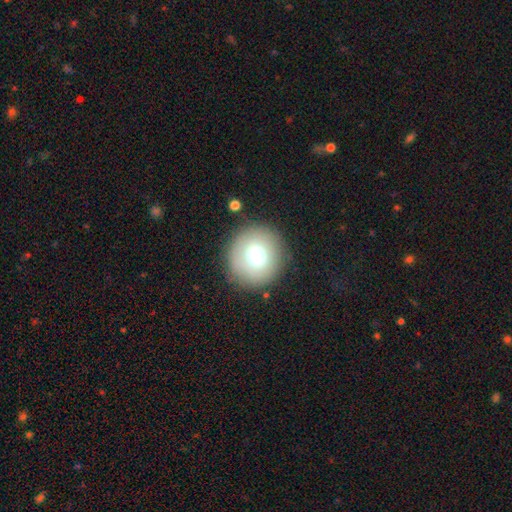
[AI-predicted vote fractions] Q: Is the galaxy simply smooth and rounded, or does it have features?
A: smooth — 70%.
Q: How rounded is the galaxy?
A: round — 92%.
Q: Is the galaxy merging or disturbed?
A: none — 84%.